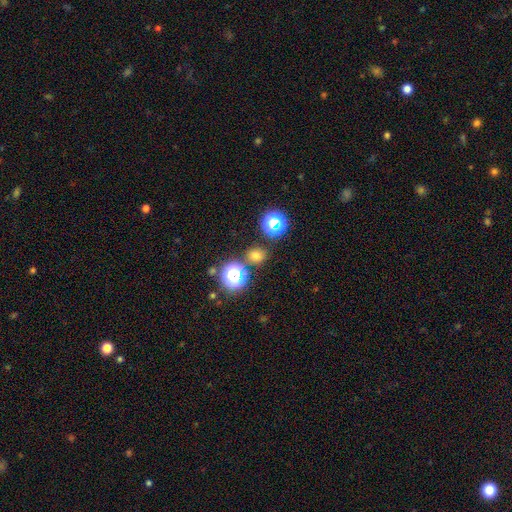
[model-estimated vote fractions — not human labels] A smooth galaxy with no disk features (67%) that is round (79%).

Vote fractions:
- Smooth or featured? smooth: 67% / star or artifact: 27% / featured or disk: 6%
- How rounded? round: 79% / in between: 20% / cigar-shaped: 1%
- Merging? none: 82% / minor disturbance: 8% / merger: 7% / major disturbance: 3%